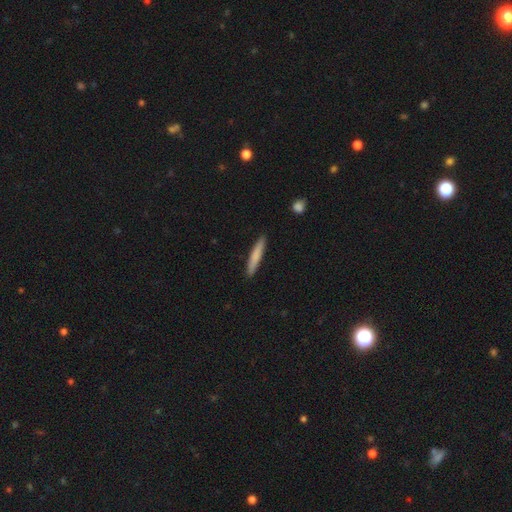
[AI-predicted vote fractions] Smooth or featured? smooth (77%)
How rounded? cigar-shaped (94%)
Merging? none (90%)